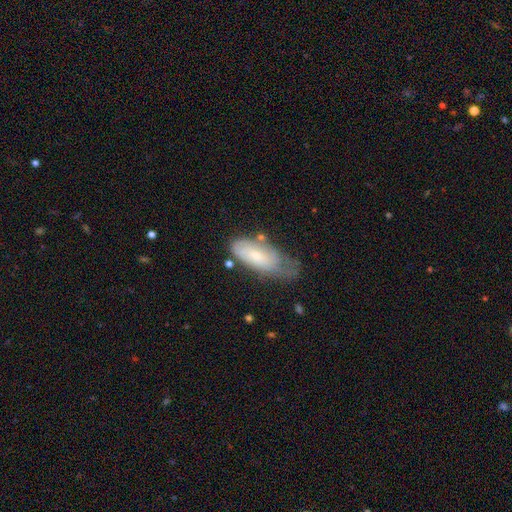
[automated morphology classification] Overall: smooth (56%; featured or disk 38%). How rounded: in between (78%). Merging: minor disturbance (39%; none 33%).